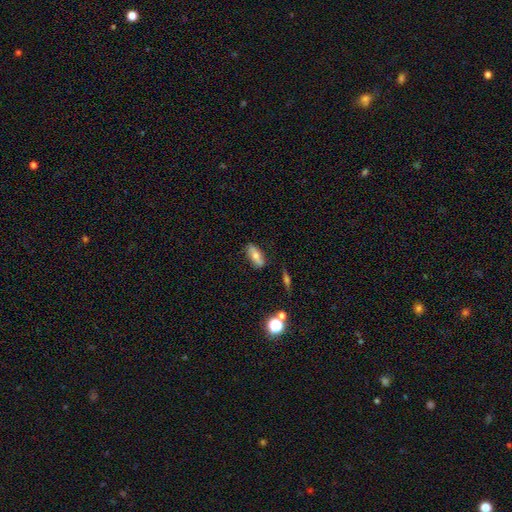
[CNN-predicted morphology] Smooth or featured: smooth — 59% (featured or disk — 31%)
How rounded: in between — 78% (cigar-shaped — 17%)
Merging: none — 79% (minor disturbance — 15%)